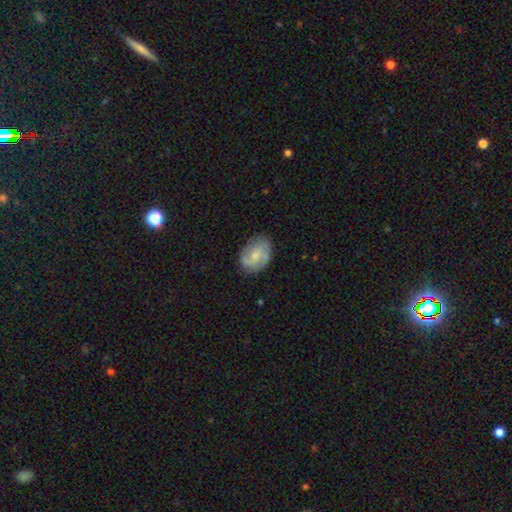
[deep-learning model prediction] smooth-or-featured: smooth: 50% | featured or disk: 44% | star or artifact: 7%
  merging: none: 74% | minor disturbance: 19% | major disturbance: 5% | merger: 1%